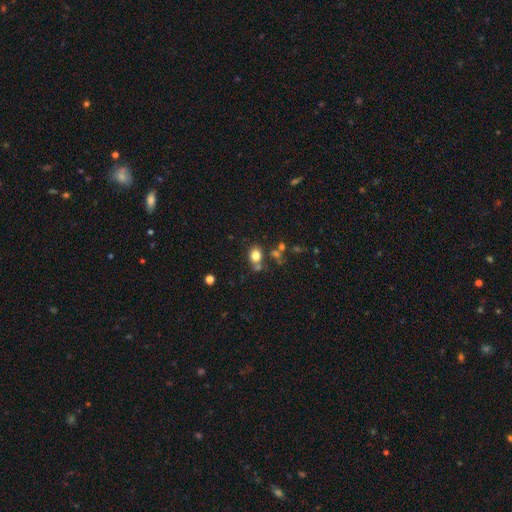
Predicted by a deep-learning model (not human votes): Q: Smooth or featured?
A: smooth (79%); runner-up: star or artifact (12%)
Q: How rounded?
A: round (50%); runner-up: in between (49%)
Q: Merging?
A: none (66%); runner-up: merger (15%)